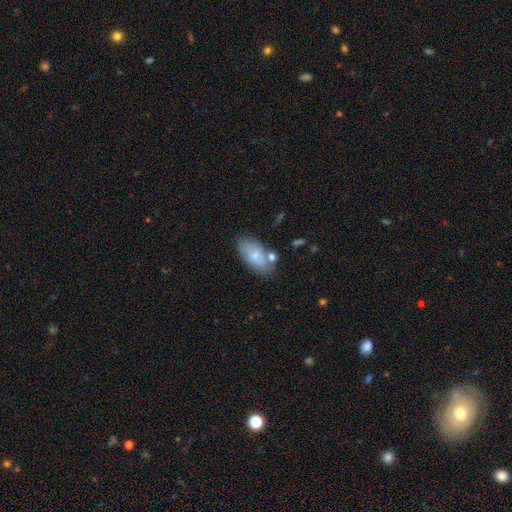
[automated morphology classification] Overall: smooth (75%). How rounded: in between (92%). Merging: none (64%).